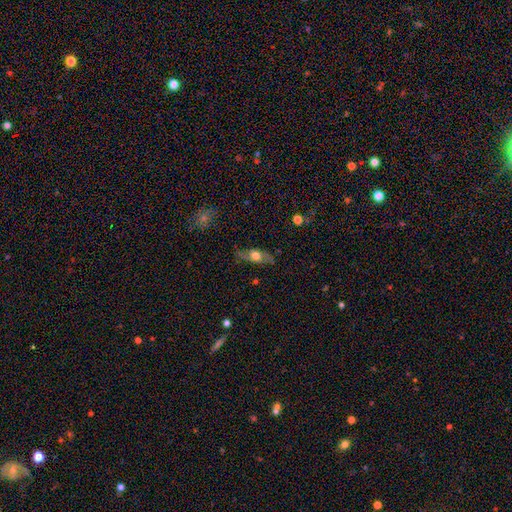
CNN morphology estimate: Q: Smooth or featured?
A: featured or disk (48%); runner-up: smooth (45%)
Q: Merging?
A: none (77%); runner-up: minor disturbance (17%)